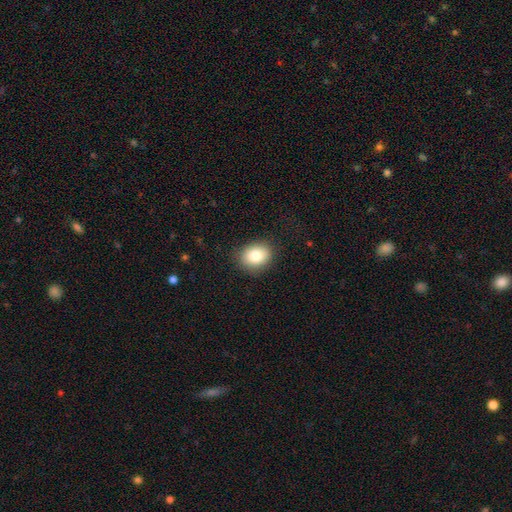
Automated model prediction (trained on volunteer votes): Q: Smooth or featured?
A: smooth (83%); runner-up: star or artifact (9%)
Q: How rounded?
A: round (55%); runner-up: in between (45%)
Q: Merging?
A: none (86%); runner-up: minor disturbance (10%)